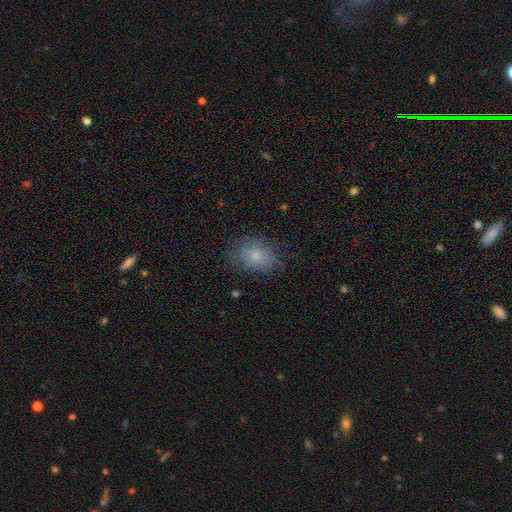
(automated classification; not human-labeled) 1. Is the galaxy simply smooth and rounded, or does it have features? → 72% smooth, 19% featured or disk, 9% star or artifact.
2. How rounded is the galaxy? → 70% in between, 29% round, 1% cigar-shaped.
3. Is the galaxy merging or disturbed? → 71% none, 21% minor disturbance, 7% major disturbance, 1% merger.